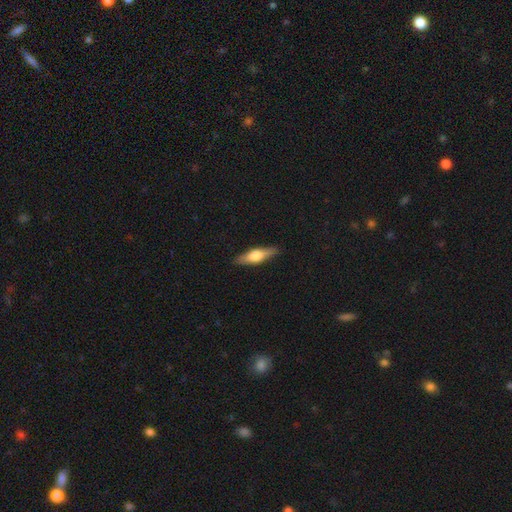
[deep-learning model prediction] smooth-or-featured: featured or disk: 50% | smooth: 45% | star or artifact: 6%
  merging: none: 89% | minor disturbance: 8% | major disturbance: 2% | merger: 1%